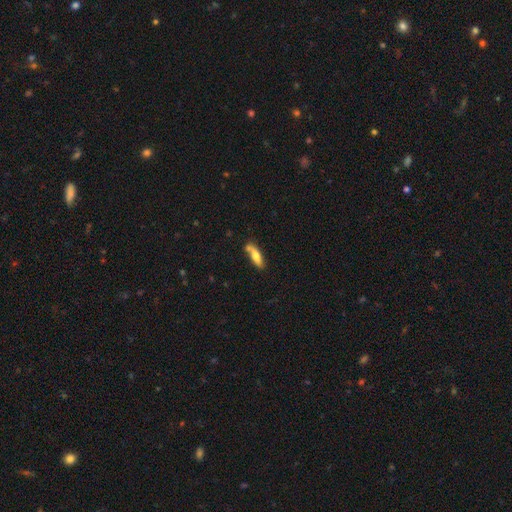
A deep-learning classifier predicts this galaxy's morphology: Smooth or featured? Predicted: smooth (p=0.67). How rounded? Predicted: cigar-shaped (p=0.51). Merging? Predicted: none (p=0.63).